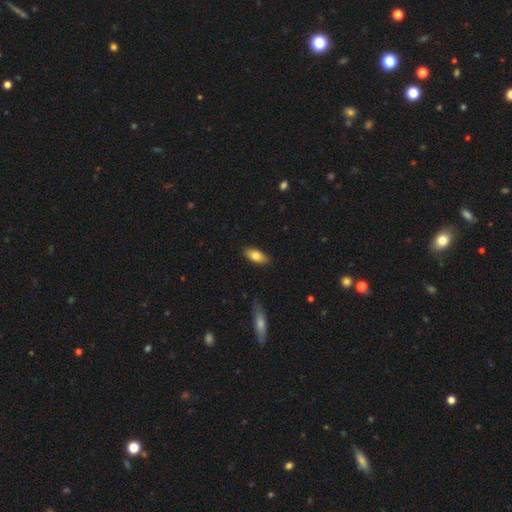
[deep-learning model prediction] A smooth galaxy with no disk features (79%) that is in between round and cigar-shaped (87%). Merging: none (86%).